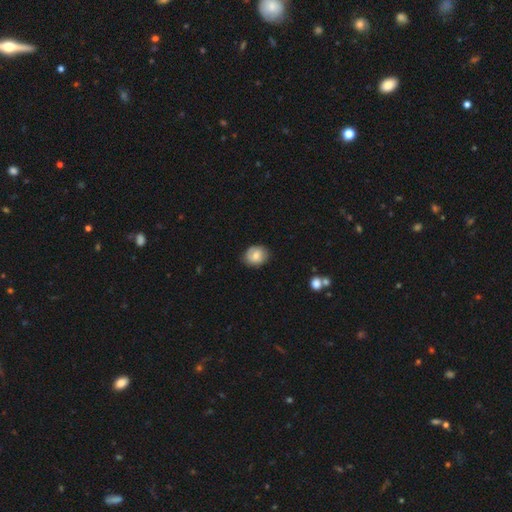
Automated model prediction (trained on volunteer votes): Q: Smooth or featured?
A: smooth (70%); runner-up: featured or disk (22%)
Q: How rounded?
A: round (57%); runner-up: in between (42%)
Q: Merging?
A: none (78%); runner-up: minor disturbance (17%)